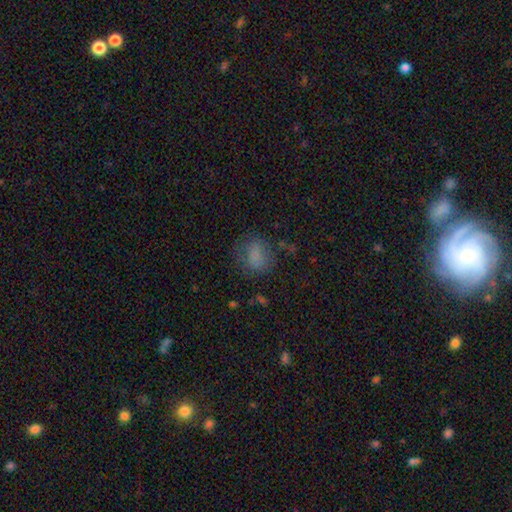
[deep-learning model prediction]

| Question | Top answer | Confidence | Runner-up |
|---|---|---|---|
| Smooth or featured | smooth | 76% | star or artifact (13%) |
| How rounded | round | 53% | in between (45%) |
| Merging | none | 66% | minor disturbance (20%) |